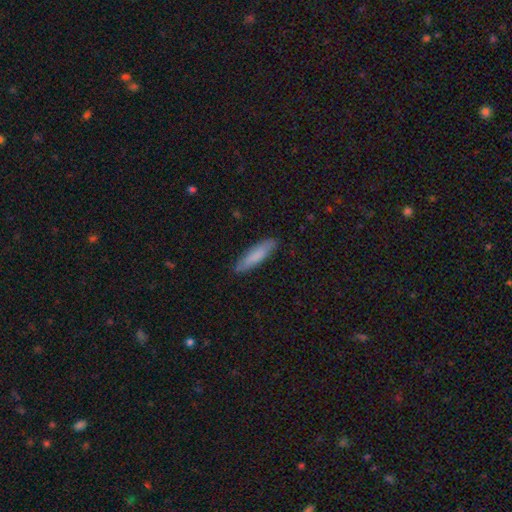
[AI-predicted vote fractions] Smooth or featured? smooth (81%)
How rounded? cigar-shaped (75%)
Merging? none (86%)